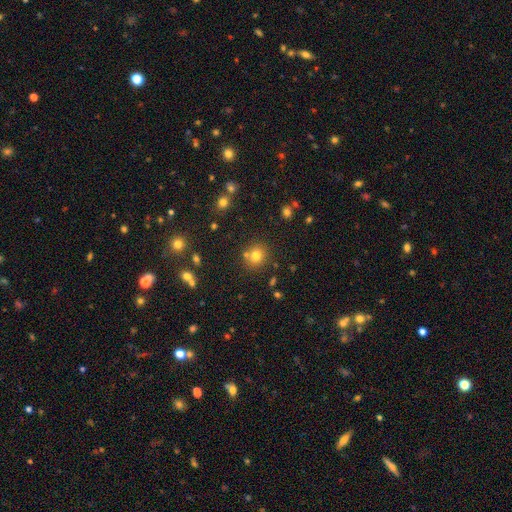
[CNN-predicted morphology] Smooth or featured? Predicted: smooth (p=0.76). How rounded? Predicted: round (p=0.84). Merging? Predicted: none (p=0.75).